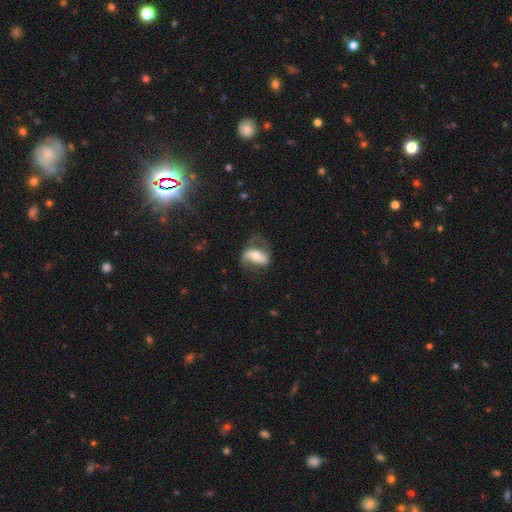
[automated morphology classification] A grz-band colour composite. It shows a featured or disk galaxy (71%) with a strong bar (46%), 2 (83%) loose (53%) spiral arms (83%) and a moderate central bulge (61%). Merging: none (55%).